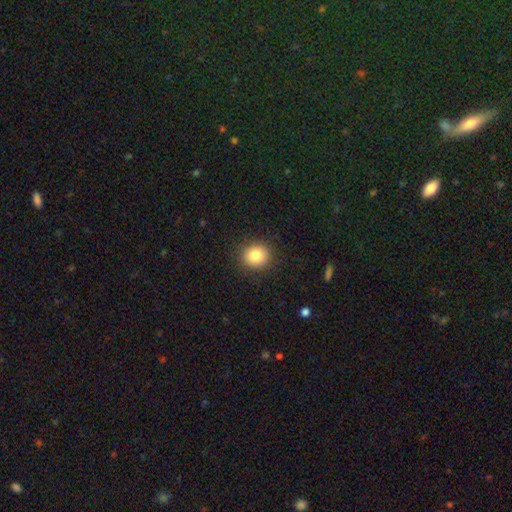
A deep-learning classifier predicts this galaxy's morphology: This appears to be a smooth galaxy with no disk features (83%) that is round (84%). Merging: none (90%).